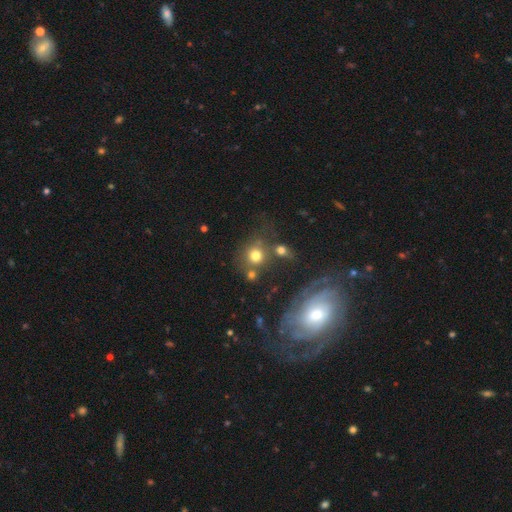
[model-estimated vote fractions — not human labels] Overall: smooth (70%). How rounded: round (83%). Merging: none (56%; merger 21%).